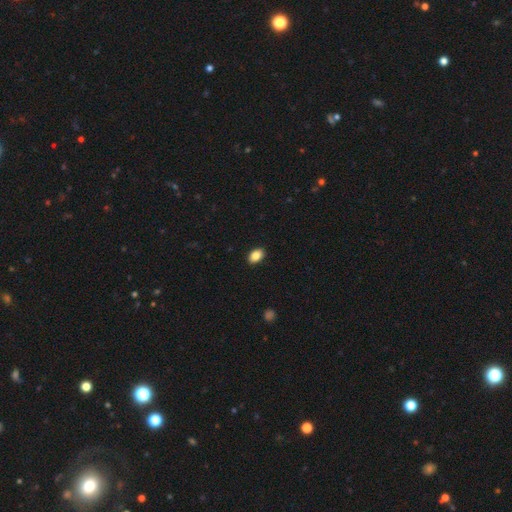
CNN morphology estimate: This appears to be a smooth galaxy with no disk features (86%) that is in between round and cigar-shaped (84%). Merging: none (90%).